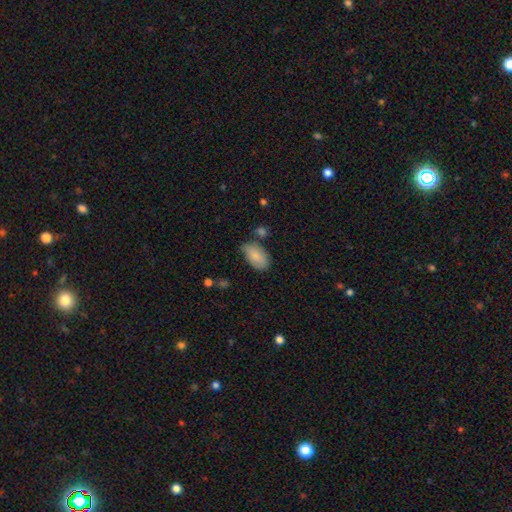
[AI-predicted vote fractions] A smooth galaxy with no disk features (83%) that is in between round and cigar-shaped (94%).

Vote fractions:
- Smooth or featured? smooth: 83% / featured or disk: 11% / star or artifact: 6%
- How rounded? in between: 94% / round: 4% / cigar-shaped: 2%
- Merging? none: 64% / minor disturbance: 24% / merger: 6% / major disturbance: 5%